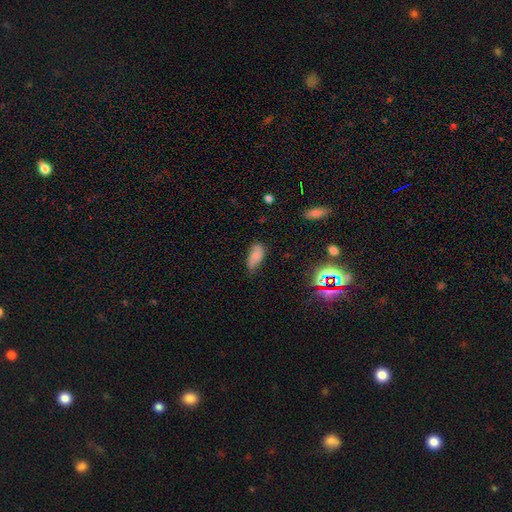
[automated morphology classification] smooth 71%, featured or disk 18%, star or artifact 11%. Down the decision tree: how rounded — in between (88%); merging — none (51%).